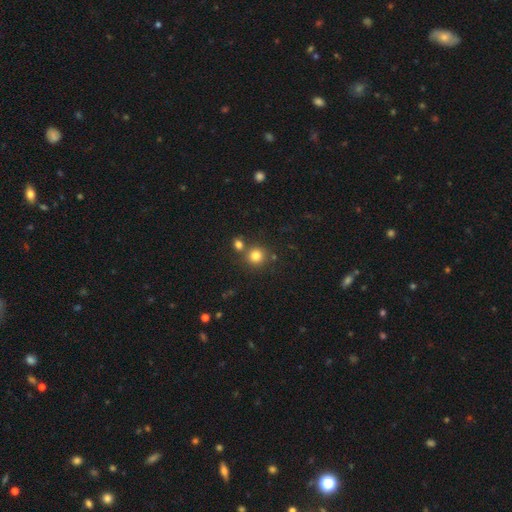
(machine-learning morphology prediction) smooth 80%, star or artifact 14%, featured or disk 7%. Down the decision tree: how rounded — round (90%); merging — none (70%).